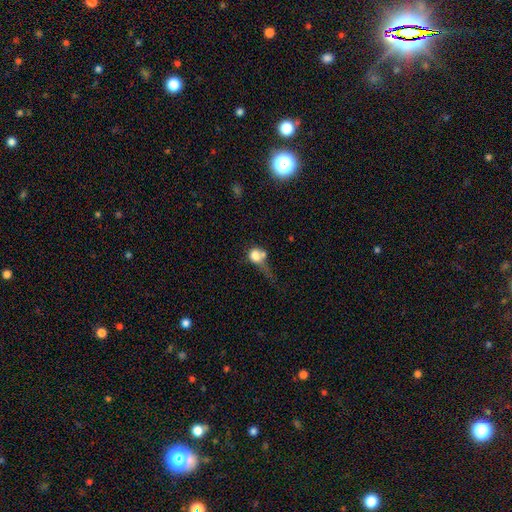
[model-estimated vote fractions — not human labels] Smooth or featured: smooth — 71% (featured or disk — 17%)
How rounded: round — 59% (in between — 38%)
Merging: merger — 32% (major disturbance — 28%)